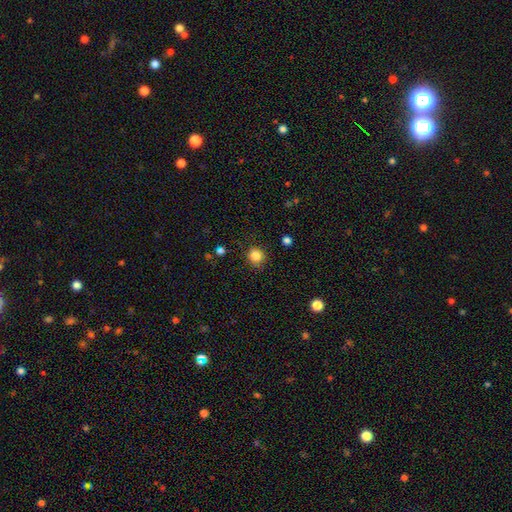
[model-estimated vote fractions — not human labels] The model was most divided on "smooth or featured": smooth: 84%, star or artifact: 12%, featured or disk: 4%. More confident: how rounded — round (90%); merging — none (86%).